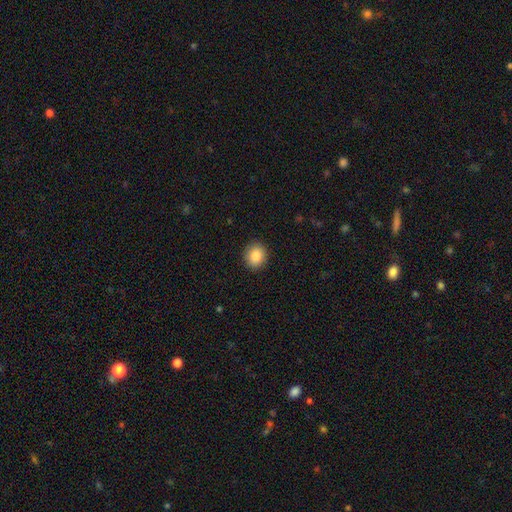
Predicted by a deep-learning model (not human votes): This is clearly a smooth galaxy (86%). How rounded: likely round (73%). Merging: clearly none (91%).